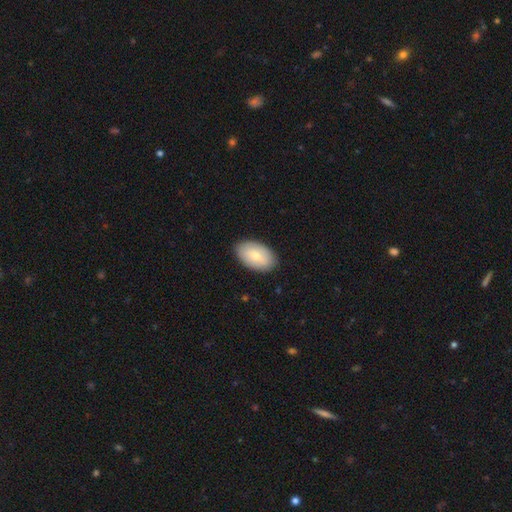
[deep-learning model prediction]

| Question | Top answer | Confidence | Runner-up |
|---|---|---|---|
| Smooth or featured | smooth | 75% | featured or disk (19%) |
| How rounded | in between | 94% | round (5%) |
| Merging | none | 88% | minor disturbance (9%) |